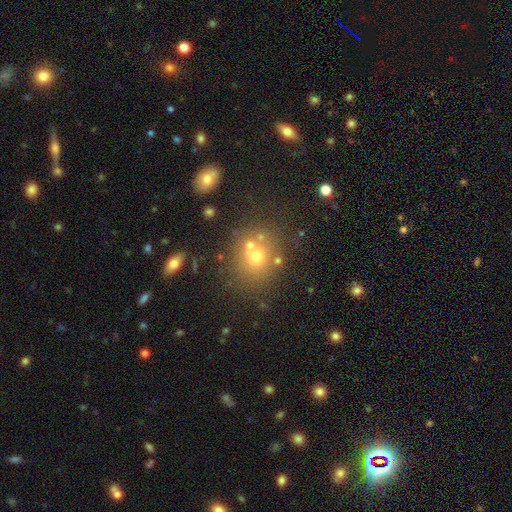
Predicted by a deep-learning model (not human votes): Overall: smooth (61%). How rounded: round (78%). Merging: none (60%; merger 24%).